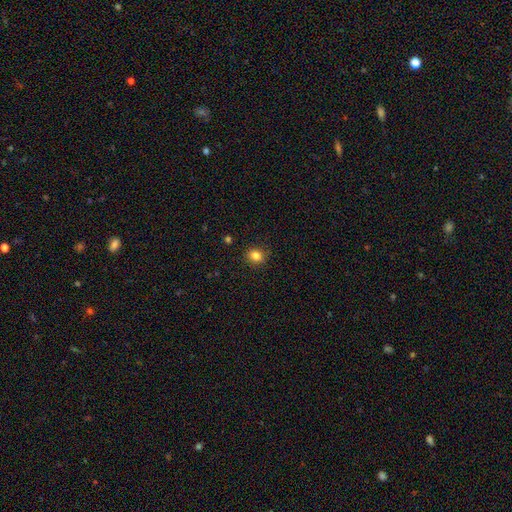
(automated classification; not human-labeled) Overall: smooth (84%). How rounded: round (70%). Merging: none (89%).